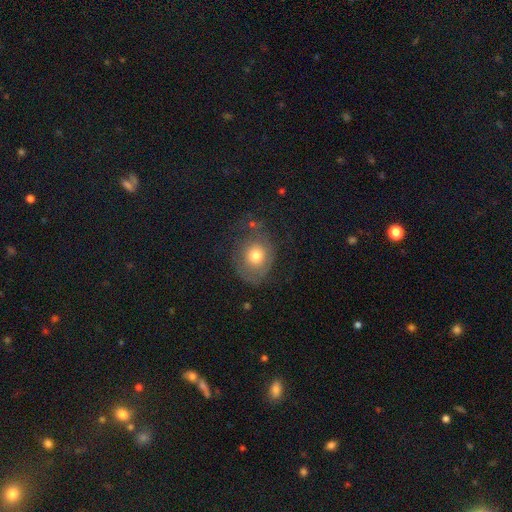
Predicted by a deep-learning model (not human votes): A smooth galaxy with no disk features (63%) that is round (68%). Merging: none (54%).